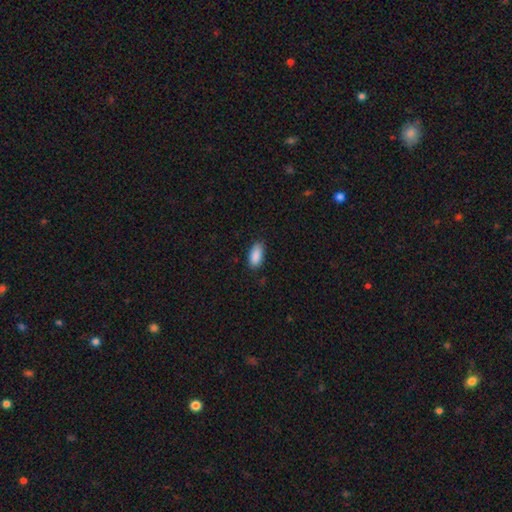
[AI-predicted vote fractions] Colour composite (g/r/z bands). It shows a smooth galaxy with no disk features (90%) that is in between round and cigar-shaped (91%). Merging: none (81%).